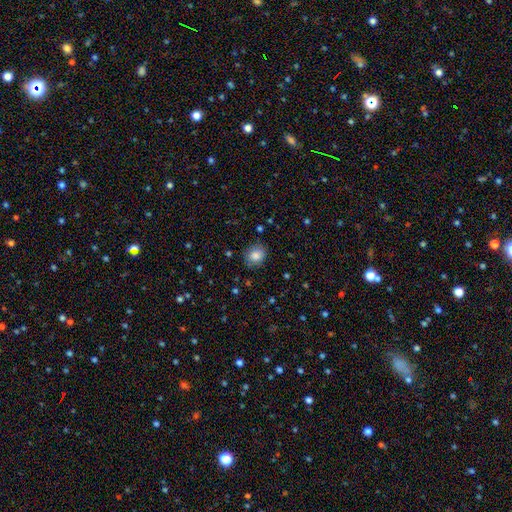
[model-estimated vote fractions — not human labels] Smooth or featured? Predicted: smooth (p=0.84). How rounded? Predicted: round (p=0.69). Merging? Predicted: none (p=0.80).